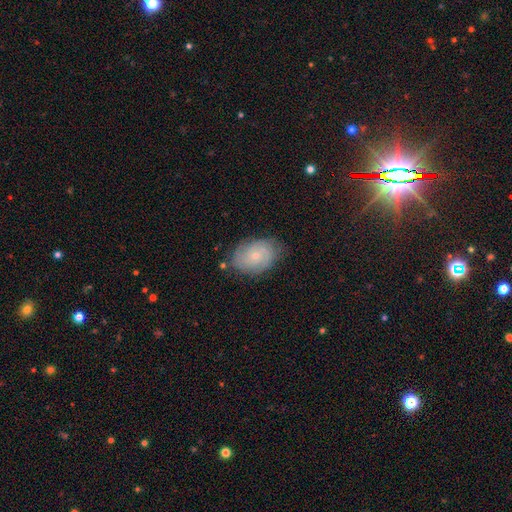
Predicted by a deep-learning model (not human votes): smooth-or-featured: featured or disk: 57% | smooth: 35% | star or artifact: 8%
  disk-edge-on: no: 96% | yes: 4%
    bar: no: 81% | weak: 16% | strong: 3%
    has-spiral-arms: yes: 80% | no: 20%
    bulge-size: small: 75% | moderate: 22% | none: 1% | large: 1% | dominant: 1%
  merging: none: 74% | minor disturbance: 19% | major disturbance: 5% | merger: 2%